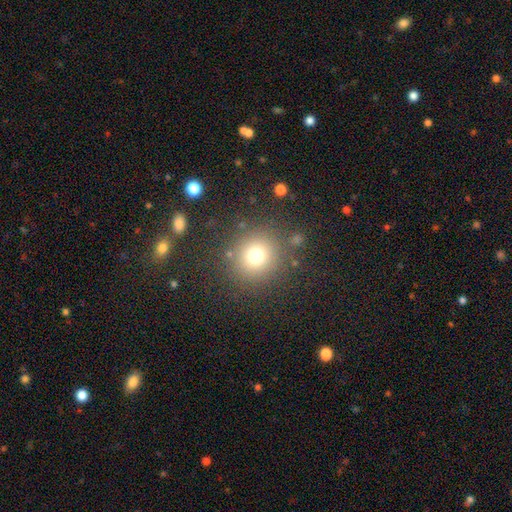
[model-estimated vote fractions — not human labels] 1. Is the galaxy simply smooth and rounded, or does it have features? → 73% smooth, 17% star or artifact, 10% featured or disk.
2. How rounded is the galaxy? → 92% round, 7% in between, 1% cigar-shaped.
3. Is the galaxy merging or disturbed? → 84% none, 8% minor disturbance, 5% major disturbance, 3% merger.